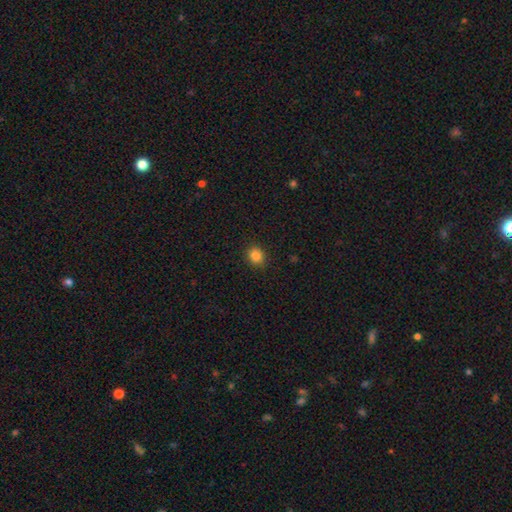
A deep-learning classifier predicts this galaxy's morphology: This appears to be a smooth galaxy with no disk features (85%) that is round (68%). Merging: none (90%).